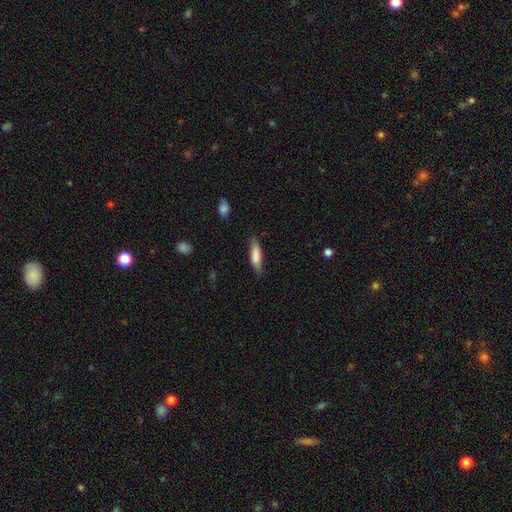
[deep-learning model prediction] This appears to be a smooth galaxy with no disk features (81%) that is cigar-shaped (57%). Merging: none (74%).